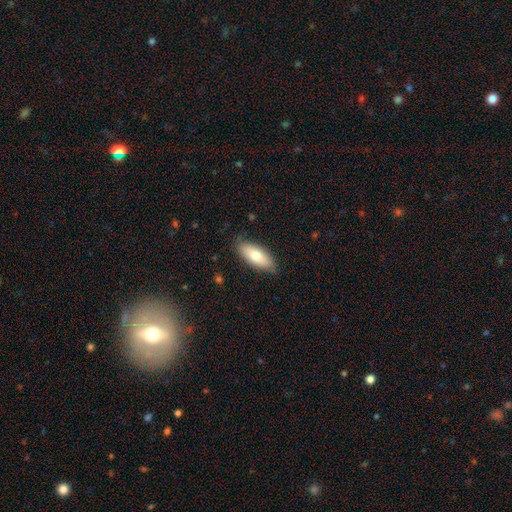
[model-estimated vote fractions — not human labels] smooth-or-featured: smooth: 72% | featured or disk: 22% | star or artifact: 6%
  how-rounded: in between: 80% | cigar-shaped: 18% | round: 2%
  merging: none: 81% | minor disturbance: 15% | major disturbance: 3% | merger: 1%